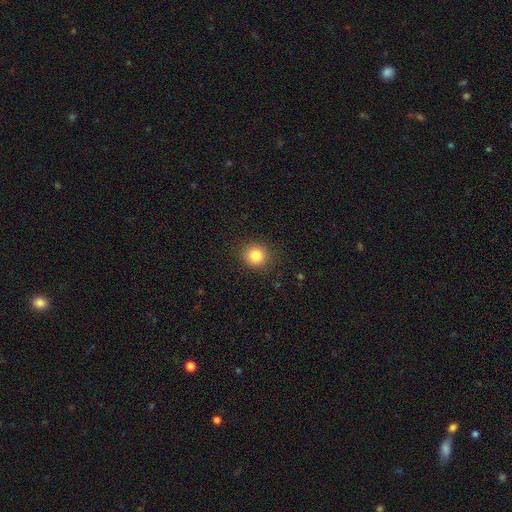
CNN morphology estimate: This is clearly a smooth galaxy (84%). How rounded: clearly round (87%). Merging: clearly none (89%).